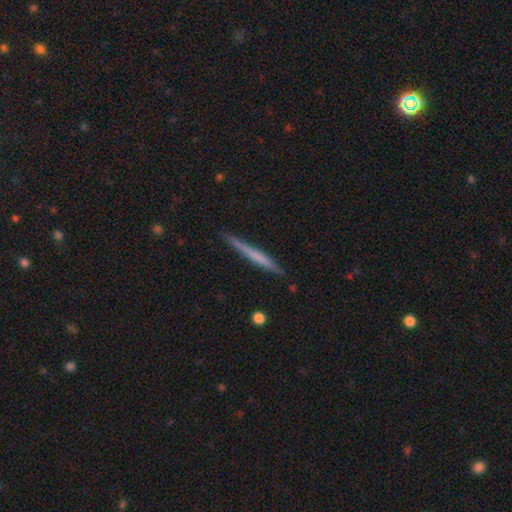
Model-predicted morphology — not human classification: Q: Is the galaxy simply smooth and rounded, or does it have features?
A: smooth — 52%.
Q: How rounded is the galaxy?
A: cigar-shaped — 97%.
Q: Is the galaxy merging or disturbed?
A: none — 89%.